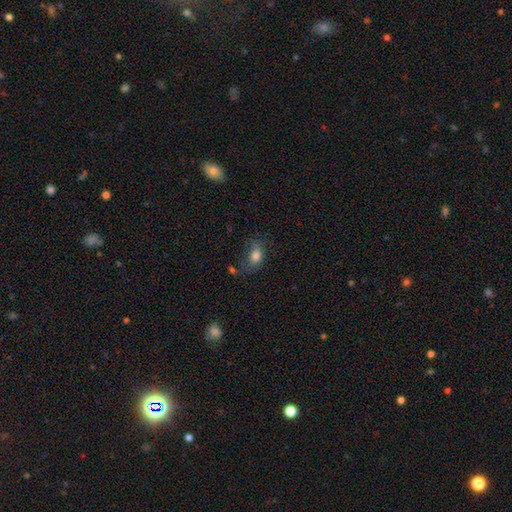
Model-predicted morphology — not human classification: type=smooth (77%); roundness=in between (83%); merging=none (49%).